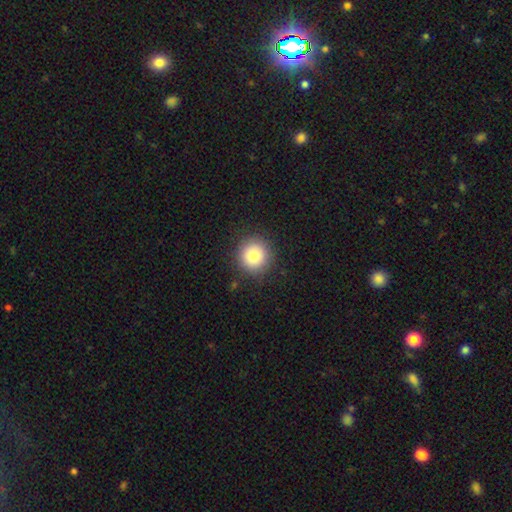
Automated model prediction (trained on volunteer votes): Smooth or featured? smooth (84%)
How rounded? round (94%)
Merging? none (89%)